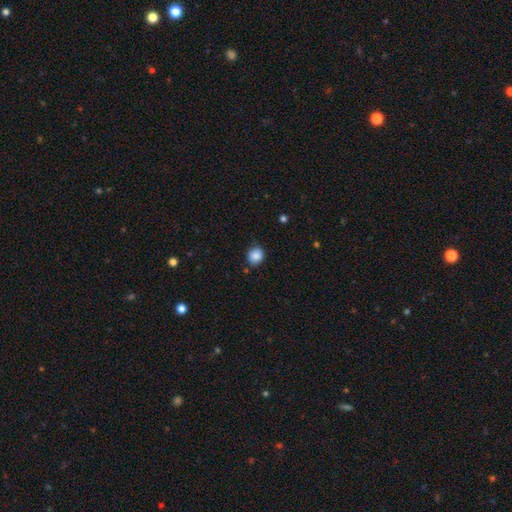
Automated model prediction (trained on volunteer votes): Smooth or featured? smooth (86%)
How rounded? round (78%)
Merging? none (82%)